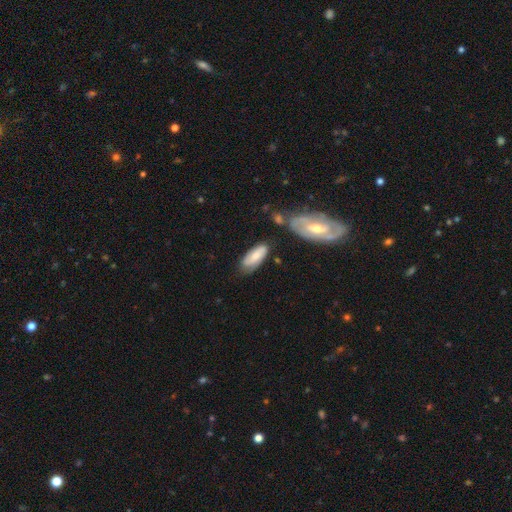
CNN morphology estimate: Q: Smooth or featured?
A: smooth (61%); runner-up: featured or disk (32%)
Q: How rounded?
A: in between (76%); runner-up: cigar-shaped (22%)
Q: Merging?
A: none (64%); runner-up: minor disturbance (23%)